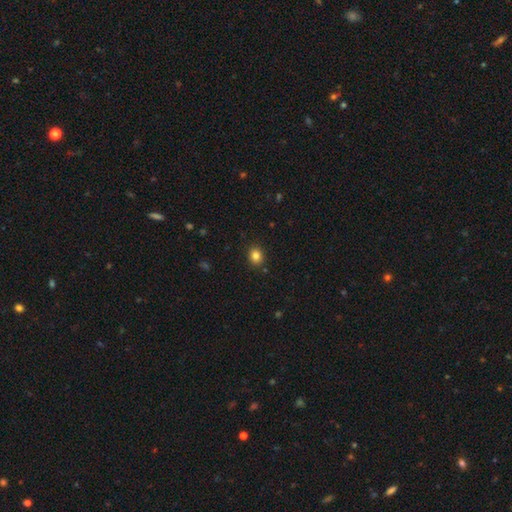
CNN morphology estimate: smooth_or_featured: smooth (p=0.83) [alt: star or artifact p=0.12]
how_rounded: round (p=0.67) [alt: in between p=0.32]
merging: none (p=0.89) [alt: minor disturbance p=0.08]